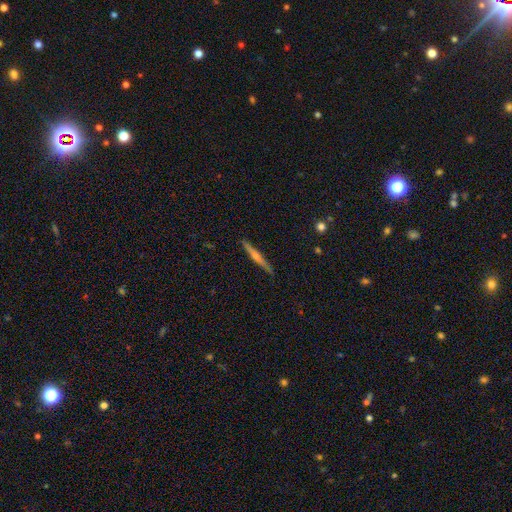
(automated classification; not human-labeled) Smooth or featured? Predicted: featured or disk (p=0.64). Edge-on disk? Predicted: yes (p=0.98). Edge-on bulge? Predicted: rounded (p=0.66). Merging? Predicted: none (p=0.90).